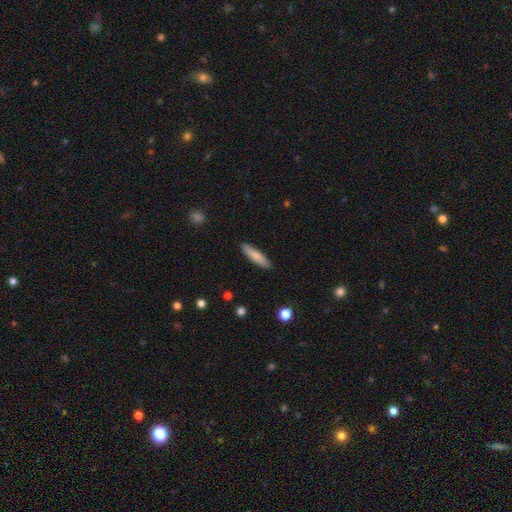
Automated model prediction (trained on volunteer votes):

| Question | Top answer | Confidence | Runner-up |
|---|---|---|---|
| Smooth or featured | smooth | 80% | featured or disk (14%) |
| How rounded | cigar-shaped | 79% | in between (20%) |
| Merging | none | 89% | minor disturbance (8%) |